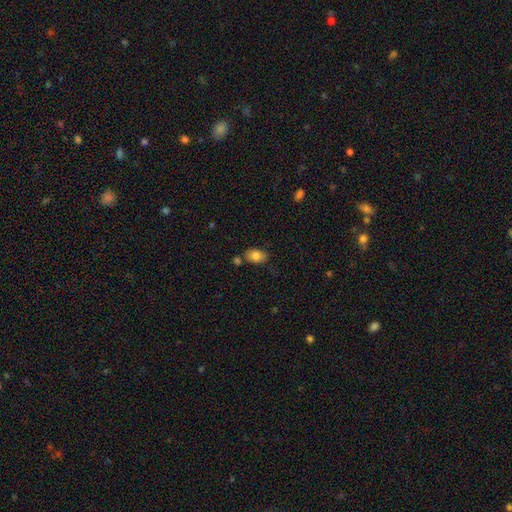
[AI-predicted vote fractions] Q: Smooth or featured?
A: smooth (83%); runner-up: featured or disk (9%)
Q: How rounded?
A: in between (85%); runner-up: round (14%)
Q: Merging?
A: none (71%); runner-up: minor disturbance (15%)